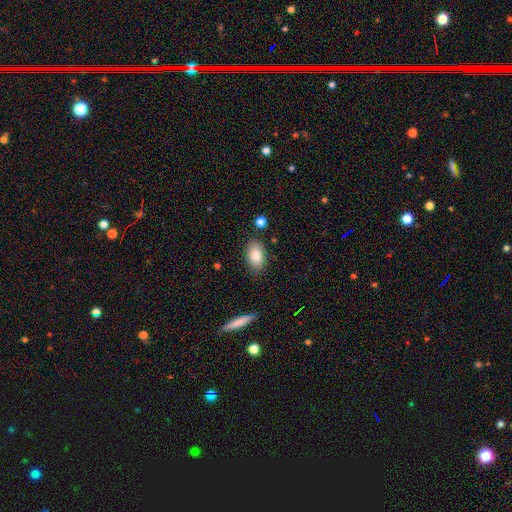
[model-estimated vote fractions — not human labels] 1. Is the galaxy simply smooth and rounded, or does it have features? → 82% smooth, 10% featured or disk, 7% star or artifact.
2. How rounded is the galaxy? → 91% in between, 7% round, 2% cigar-shaped.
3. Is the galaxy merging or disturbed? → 82% none, 12% minor disturbance, 3% major disturbance, 3% merger.